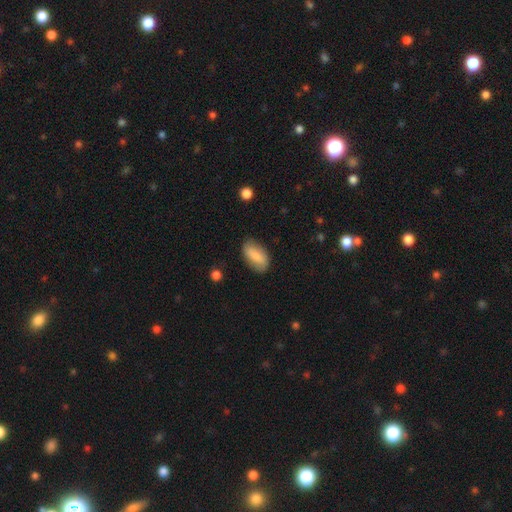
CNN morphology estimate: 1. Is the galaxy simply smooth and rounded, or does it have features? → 81% smooth, 12% featured or disk, 6% star or artifact.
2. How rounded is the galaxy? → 90% in between, 7% cigar-shaped, 3% round.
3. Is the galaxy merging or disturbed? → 78% none, 17% minor disturbance, 4% major disturbance, 1% merger.